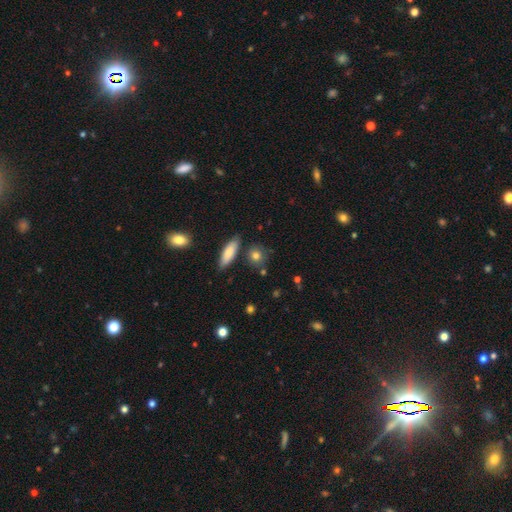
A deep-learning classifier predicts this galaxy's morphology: smooth 80%, featured or disk 11%, star or artifact 9%. Down the decision tree: how rounded — round (66%); merging — none (79%).